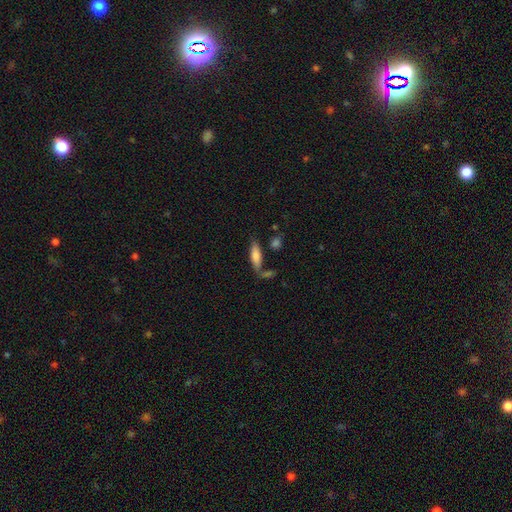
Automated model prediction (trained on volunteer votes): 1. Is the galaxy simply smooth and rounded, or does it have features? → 72% smooth, 21% featured or disk, 7% star or artifact.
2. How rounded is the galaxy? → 50% cigar-shaped, 47% in between, 2% round.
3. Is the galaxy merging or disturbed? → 61% none, 17% minor disturbance, 16% merger, 6% major disturbance.